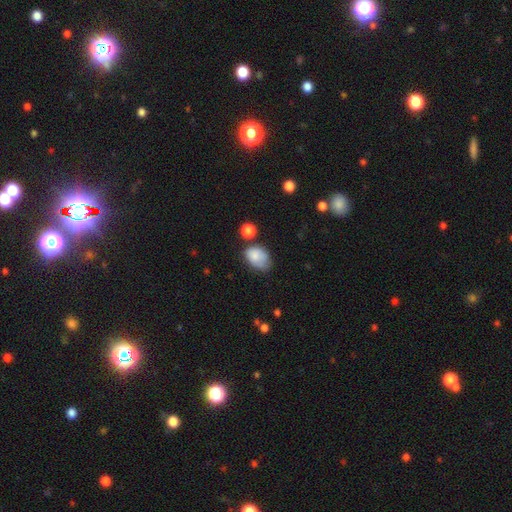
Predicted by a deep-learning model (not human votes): The model was most divided on "merging": none: 43%, minor disturbance: 36%, major disturbance: 13%, merger: 9%. More confident: smooth or featured — smooth (80%); how rounded — in between (79%).